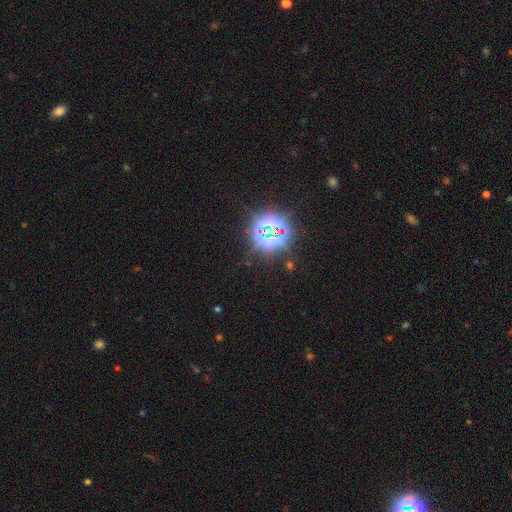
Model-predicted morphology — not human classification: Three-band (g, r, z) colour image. It shows a star or artifact, not a galaxy (83%).